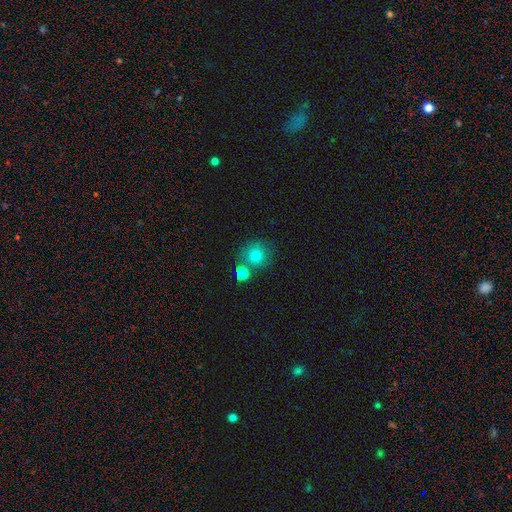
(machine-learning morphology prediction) This is clearly a smooth galaxy (81%). How rounded: clearly round (88%). Merging: likely none (63%).